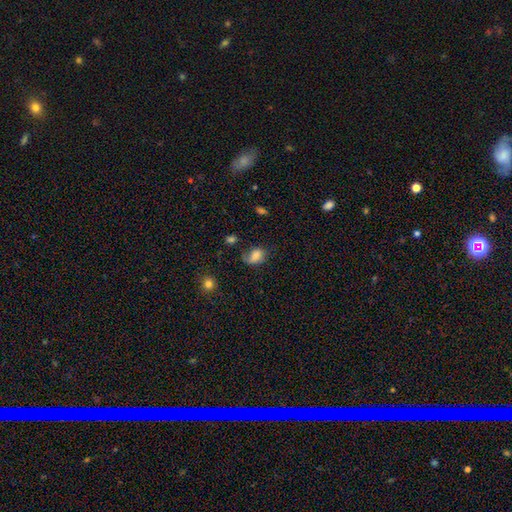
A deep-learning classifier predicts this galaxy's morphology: This is likely a smooth galaxy (68%). How rounded: likely in between (76%). Merging: possibly none (45%).